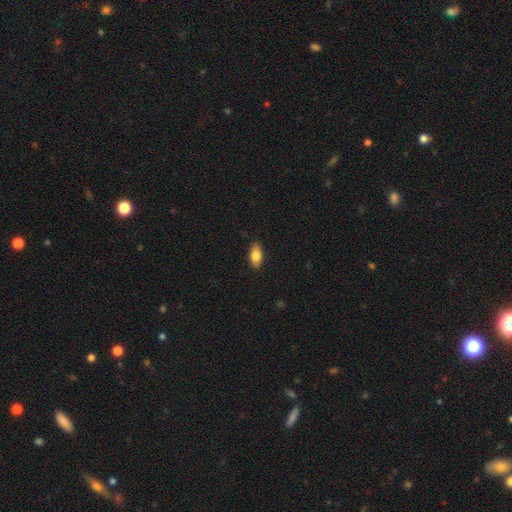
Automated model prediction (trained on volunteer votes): Q: Smooth or featured?
A: smooth (81%); runner-up: featured or disk (13%)
Q: How rounded?
A: in between (90%); runner-up: cigar-shaped (7%)
Q: Merging?
A: none (89%); runner-up: minor disturbance (8%)